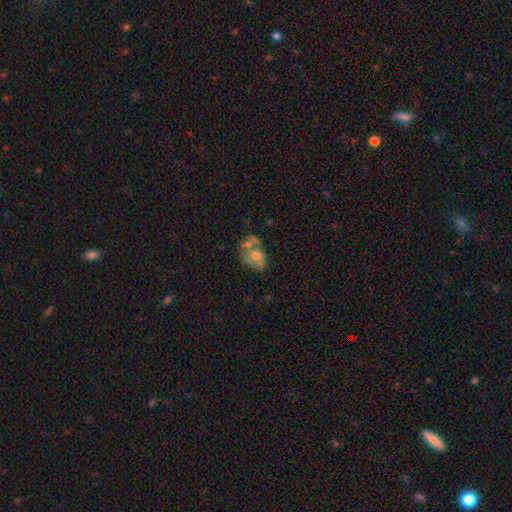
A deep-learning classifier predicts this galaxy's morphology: Smooth or featured? Predicted: smooth (p=0.47). Merging? Predicted: merger (p=0.40).